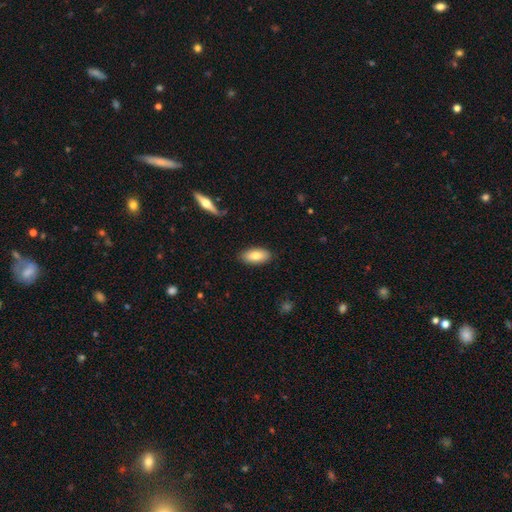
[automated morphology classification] This appears to be a smooth galaxy with no disk features (79%) that is in between round and cigar-shaped (89%). Merging: none (87%).